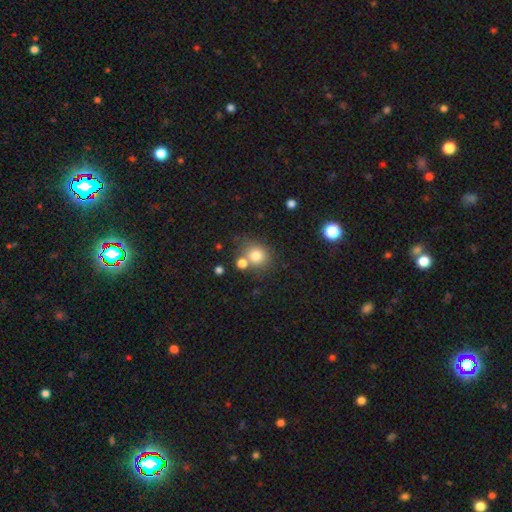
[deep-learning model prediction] Smooth or featured? smooth (79%)
How rounded? round (83%)
Merging? none (63%)